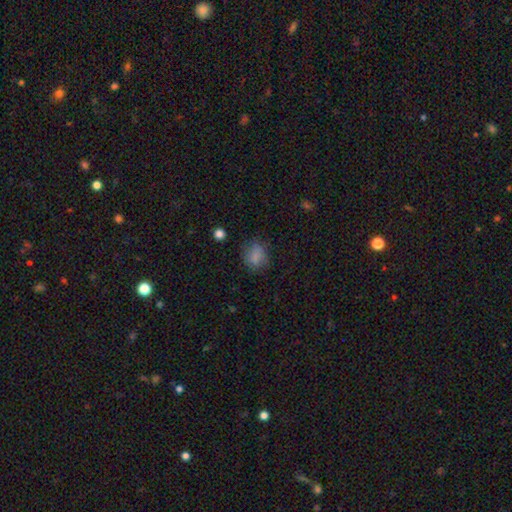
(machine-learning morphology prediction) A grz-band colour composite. It shows a smooth galaxy with no disk features (81%) that is round (65%). Merging: none (70%).